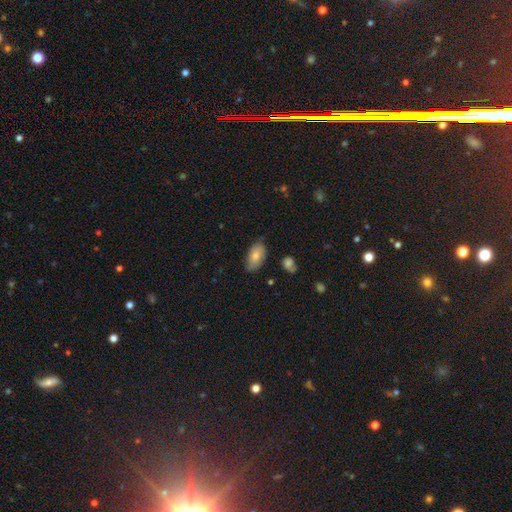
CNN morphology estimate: Overall: smooth (75%). How rounded: in between (93%). Merging: none (74%).